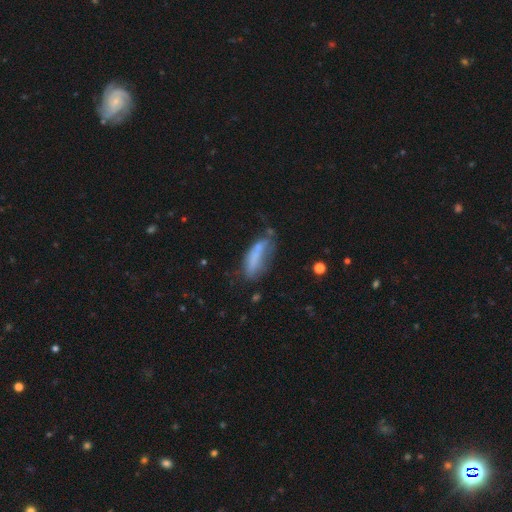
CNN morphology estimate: The model was most divided on "how rounded": in between: 51%, cigar-shaped: 47%, round: 2%. Remaining: smooth or featured — smooth (61%); merging — none (37%).